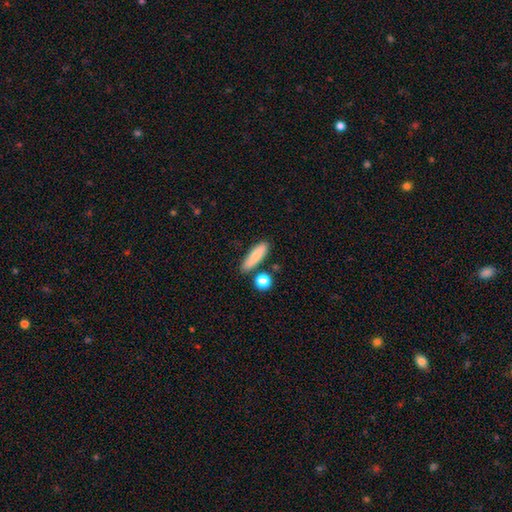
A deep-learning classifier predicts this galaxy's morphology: This is clearly a smooth galaxy (82%). How rounded: possibly cigar-shaped (57%). Merging: likely none (76%).